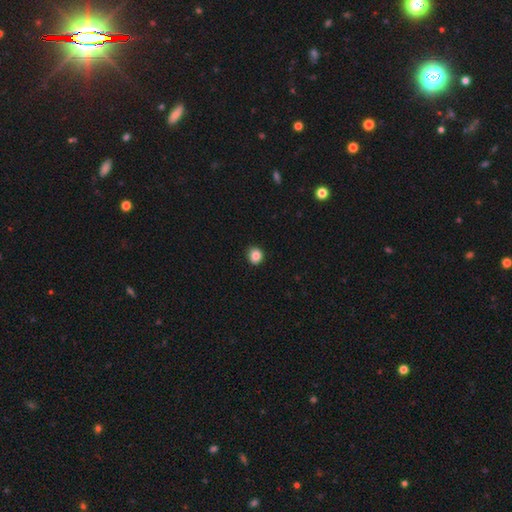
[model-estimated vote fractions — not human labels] smooth-or-featured: smooth: 85% | star or artifact: 10% | featured or disk: 5%
  how-rounded: round: 84% | in between: 15% | cigar-shaped: 1%
  merging: none: 89% | minor disturbance: 8% | major disturbance: 2% | merger: 1%